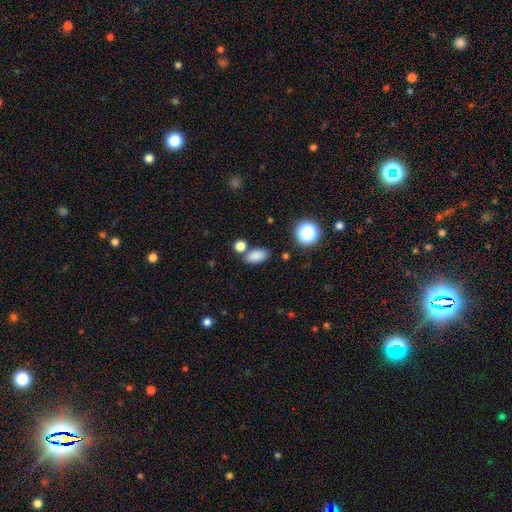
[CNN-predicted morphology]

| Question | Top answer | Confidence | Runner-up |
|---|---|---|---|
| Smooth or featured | smooth | 83% | star or artifact (11%) |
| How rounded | in between | 88% | round (8%) |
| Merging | none | 74% | minor disturbance (12%) |